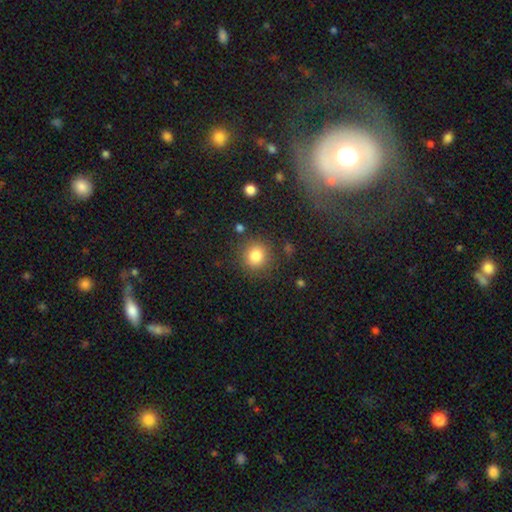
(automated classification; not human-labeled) smooth_or_featured: smooth (p=0.83) [alt: star or artifact p=0.11]
how_rounded: round (p=0.89) [alt: in between p=0.10]
merging: none (p=0.84) [alt: minor disturbance p=0.09]